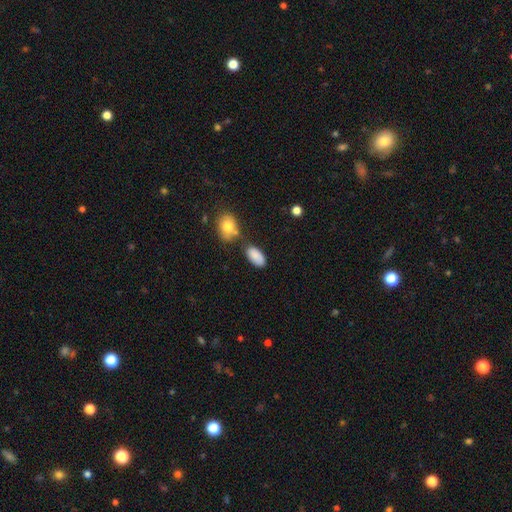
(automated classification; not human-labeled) smooth 87%, star or artifact 7%, featured or disk 6%. Down the decision tree: how rounded — in between (94%); merging — none (66%).